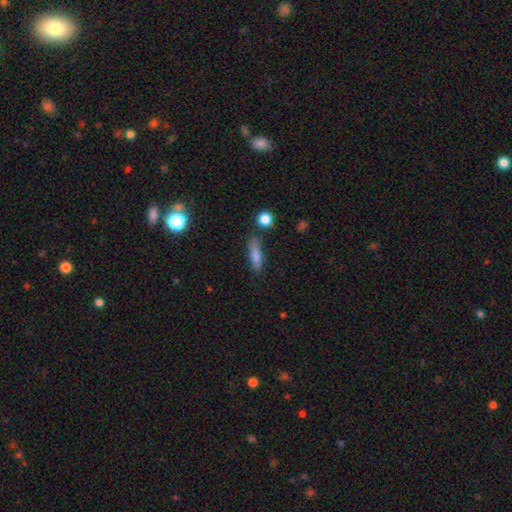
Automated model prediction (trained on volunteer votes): smooth_or_featured: smooth (p=0.74) [alt: featured or disk p=0.17]
how_rounded: cigar-shaped (p=0.61) [alt: in between p=0.35]
merging: none (p=0.76) [alt: minor disturbance p=0.15]